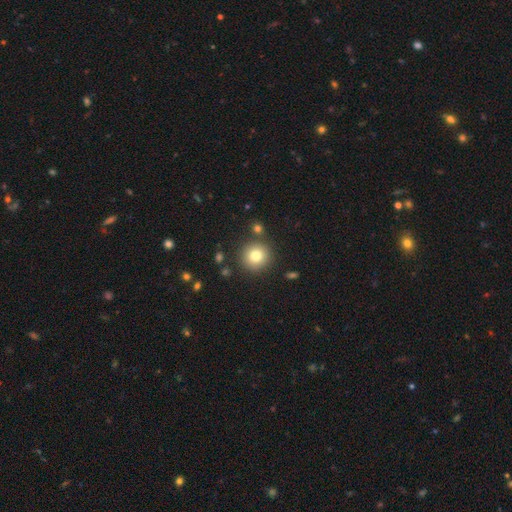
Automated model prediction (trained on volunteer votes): smooth 79%, star or artifact 12%, featured or disk 9%. Down the decision tree: how rounded — round (94%); merging — none (86%).